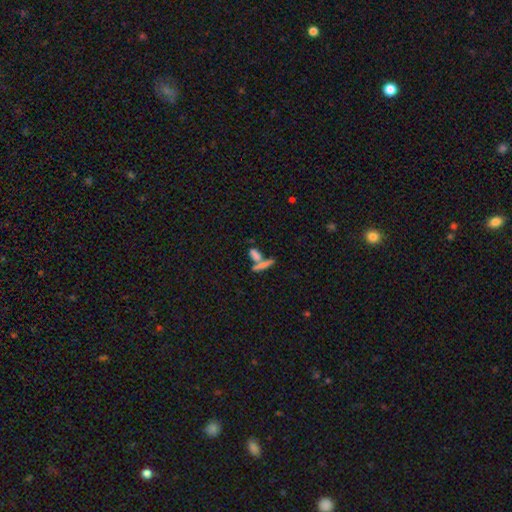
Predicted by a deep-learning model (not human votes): Overall: smooth (66%). How rounded: cigar-shaped (50%; in between 43%). Merging: merger (46%; none 41%).